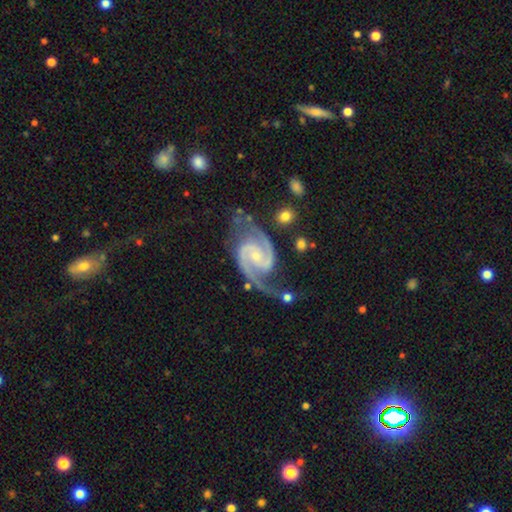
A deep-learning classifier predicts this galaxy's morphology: A featured or disk galaxy (94%) with a weak bar (42%), 2 (94%) medium (60%) spiral arms (99%) and a small central bulge (69%).

Vote fractions:
- Smooth or featured? featured or disk: 94% / star or artifact: 4% / smooth: 2%
- Edge-on disk? no: 98% / yes: 2%
- Bar? weak: 42% / no: 41% / strong: 17%
- Spiral arms? yes: 99% / no: 1%
- Spiral winding? medium: 60% / tight: 28% / loose: 12%
- Spiral arm count? 2: 94% / 3: 2% / can't tell: 1% / 1: 1% / 4: 1% / more than 4: 1%
- Bulge size? small: 69% / moderate: 24% / none: 4% / large: 1% / dominant: 1%
- Merging? none: 62% / minor disturbance: 22% / major disturbance: 11% / merger: 5%